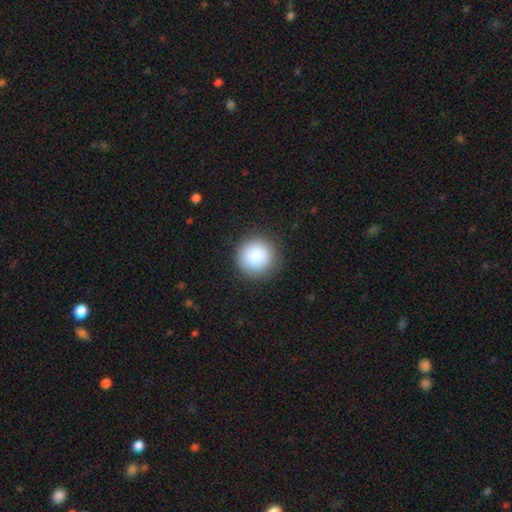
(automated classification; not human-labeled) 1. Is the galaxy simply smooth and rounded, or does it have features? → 88% smooth, 8% star or artifact, 5% featured or disk.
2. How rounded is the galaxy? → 95% round, 4% in between, 1% cigar-shaped.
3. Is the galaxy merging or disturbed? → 89% none, 7% minor disturbance, 3% major disturbance, 1% merger.